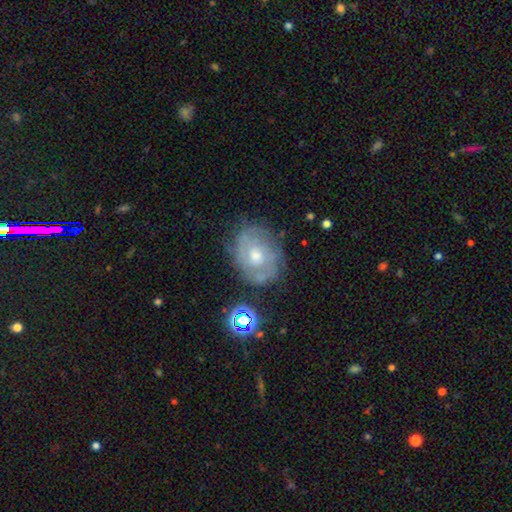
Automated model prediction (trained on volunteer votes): The model was most divided on "spiral arm count": can't tell: 48%, 2: 29%, 3: 10%, 1: 5%, 4: 4%, more than 4: 3%. More confident: edge-on disk — no (96%); spiral arms — yes (78%); bar — no (76%); smooth or featured — featured or disk (72%); merging — none (67%); bulge size — moderate (61%); spiral winding — tight (60%).